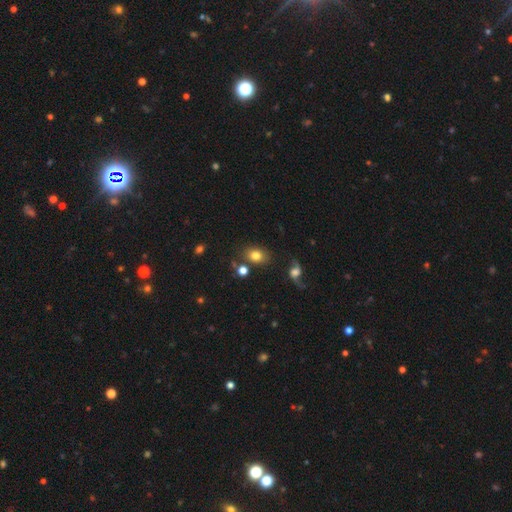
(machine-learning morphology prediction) type=smooth (77%); roundness=in between (61%); merging=none (73%).